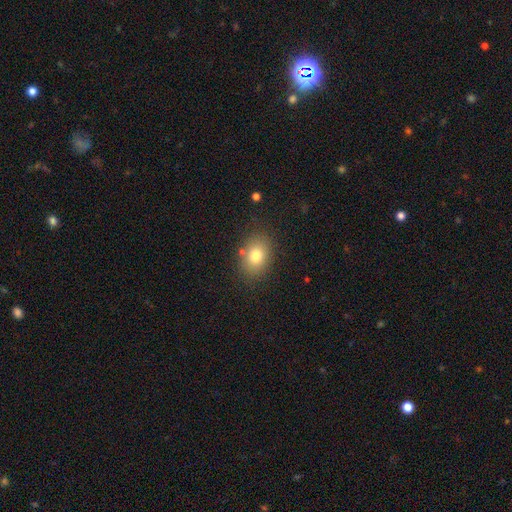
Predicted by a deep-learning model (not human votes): Overall: smooth (78%). How rounded: in between (68%; round 31%). Merging: none (82%).